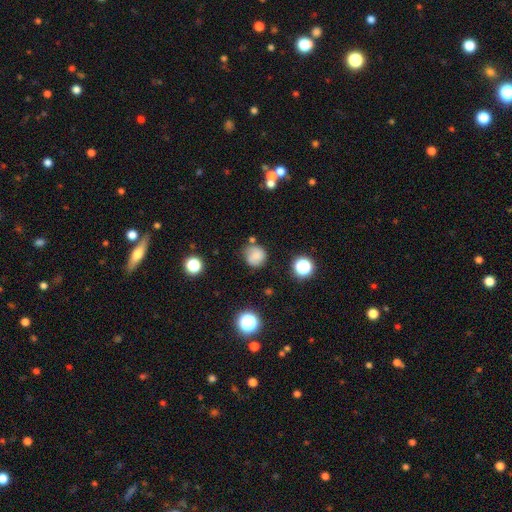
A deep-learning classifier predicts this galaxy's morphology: type=smooth (70%); roundness=round (87%); merging=none (68%).